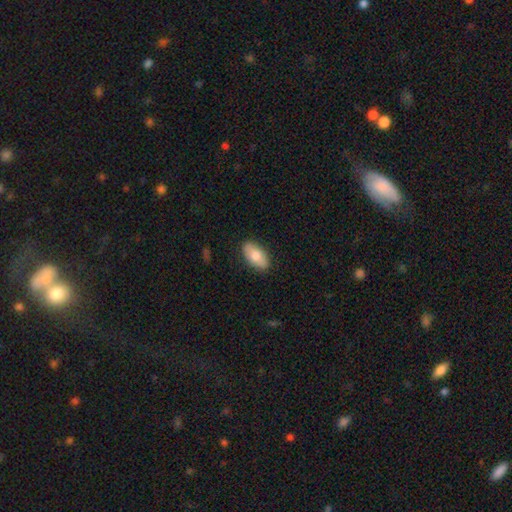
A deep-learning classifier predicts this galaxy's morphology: smooth 78%, featured or disk 16%, star or artifact 6%. Down the decision tree: how rounded — in between (92%); merging — none (87%).